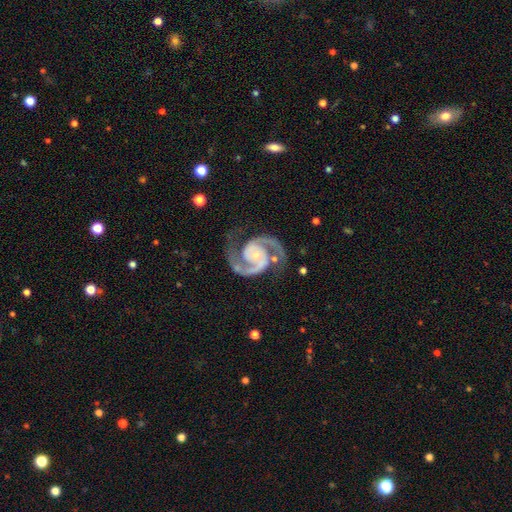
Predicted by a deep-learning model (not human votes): Smooth or featured?
  - featured or disk: 94% *
  - star or artifact: 4%
  - smooth: 2%
Edge-on disk?
  - no: 98% *
  - yes: 2%
Bar?
  - no: 68% *
  - weak: 22%
  - strong: 9%
Spiral arms?
  - yes: 99% *
  - no: 1%
Spiral winding?
  - medium: 60% *
  - tight: 31%
  - loose: 9%
Spiral arm count?
  - 2: 94% *
  - 3: 1%
  - can't tell: 1%
  - 1: 1%
  - 4: 1%
  - more than 4: 1%
Bulge size?
  - small: 64% *
  - moderate: 30%
  - none: 3%
  - large: 2%
  - dominant: 1%
Merging?
  - none: 77% *
  - minor disturbance: 14%
  - major disturbance: 7%
  - merger: 2%